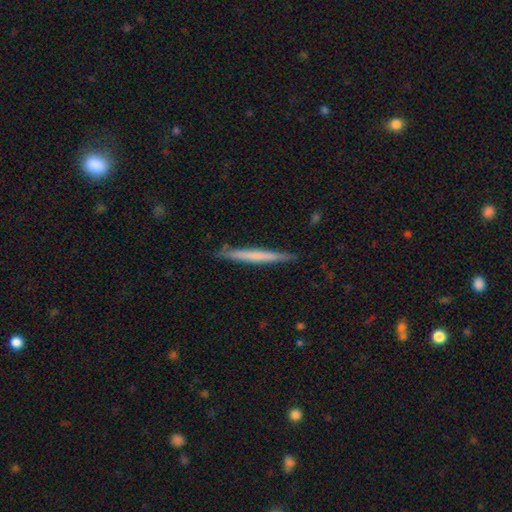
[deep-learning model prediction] Q: Smooth or featured?
A: smooth (54%); runner-up: featured or disk (41%)
Q: How rounded?
A: cigar-shaped (97%); runner-up: in between (2%)
Q: Merging?
A: none (89%); runner-up: minor disturbance (9%)